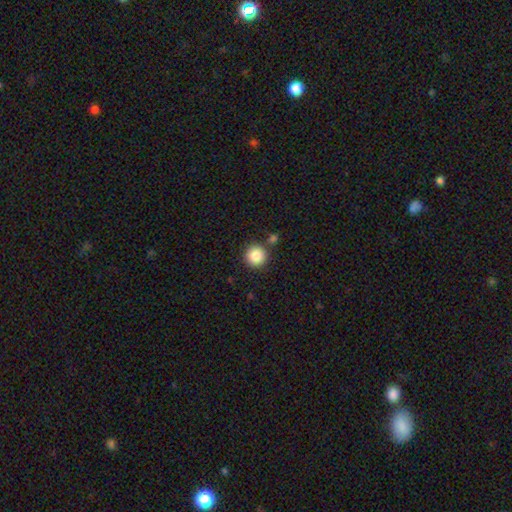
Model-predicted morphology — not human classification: Overall: smooth (87%). How rounded: round (95%). Merging: none (83%).